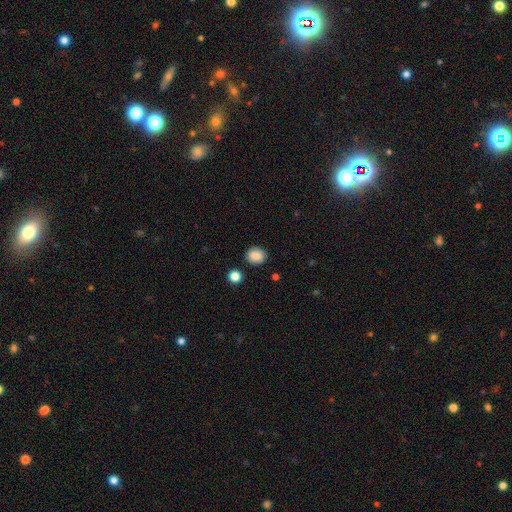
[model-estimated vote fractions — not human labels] Q: Smooth or featured?
A: smooth (87%); runner-up: star or artifact (9%)
Q: How rounded?
A: round (72%); runner-up: in between (27%)
Q: Merging?
A: none (86%); runner-up: minor disturbance (9%)